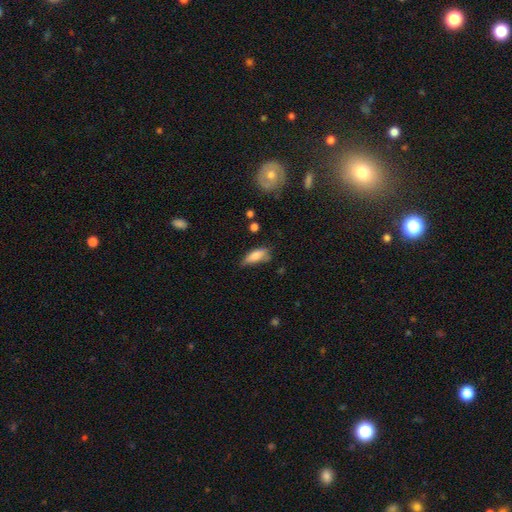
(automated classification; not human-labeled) Q: Smooth or featured?
A: smooth (78%); runner-up: featured or disk (14%)
Q: How rounded?
A: in between (75%); runner-up: cigar-shaped (23%)
Q: Merging?
A: none (44%); runner-up: minor disturbance (39%)